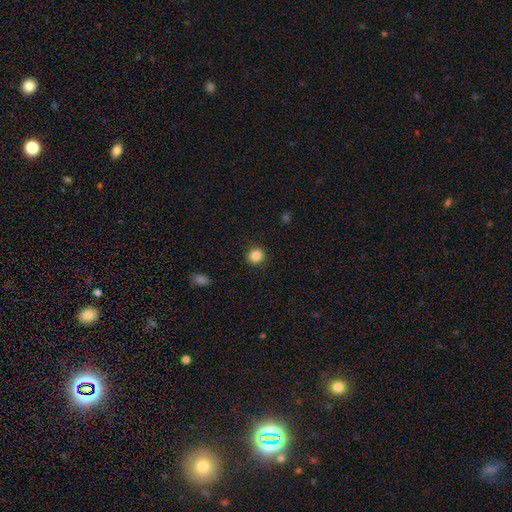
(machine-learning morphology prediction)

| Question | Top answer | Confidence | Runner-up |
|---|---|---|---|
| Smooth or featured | smooth | 86% | star or artifact (11%) |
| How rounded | round | 92% | in between (7%) |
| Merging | none | 92% | minor disturbance (5%) |